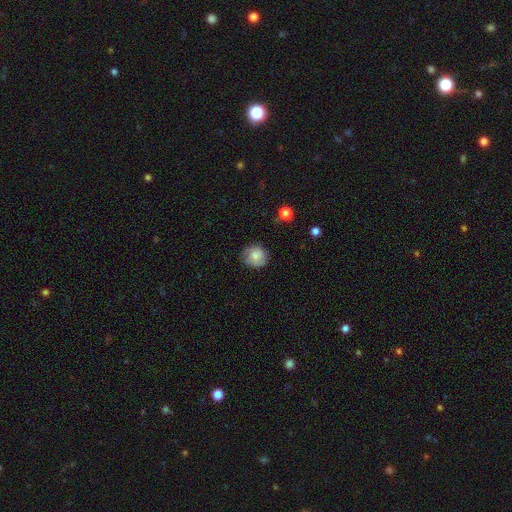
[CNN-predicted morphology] Smooth or featured: smooth — 75% (featured or disk — 17%)
How rounded: round — 87% (in between — 12%)
Merging: none — 76% (minor disturbance — 18%)